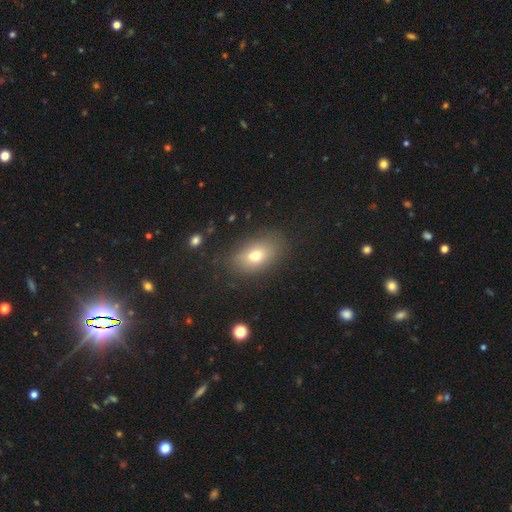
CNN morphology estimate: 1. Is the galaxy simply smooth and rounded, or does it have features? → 71% smooth, 17% featured or disk, 12% star or artifact.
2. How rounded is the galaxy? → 83% in between, 14% round, 3% cigar-shaped.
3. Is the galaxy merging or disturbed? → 78% none, 14% minor disturbance, 5% major disturbance, 3% merger.